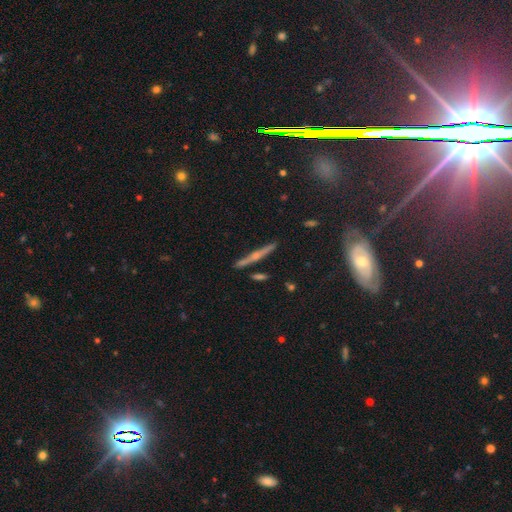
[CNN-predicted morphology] smooth-or-featured: featured or disk: 68% | smooth: 23% | star or artifact: 9%
  disk-edge-on: yes: 97% | no: 3%
    edge-on-bulge: rounded: 76% | none: 17% | boxy: 7%
  merging: none: 86% | minor disturbance: 9% | merger: 3% | major disturbance: 2%